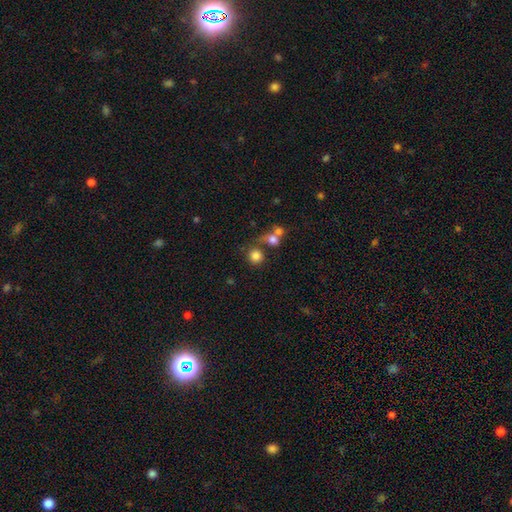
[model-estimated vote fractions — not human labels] smooth-or-featured: smooth: 81% | star or artifact: 11% | featured or disk: 8%
  how-rounded: round: 86% | in between: 13% | cigar-shaped: 1%
  merging: none: 56% | merger: 27% | minor disturbance: 10% | major disturbance: 7%